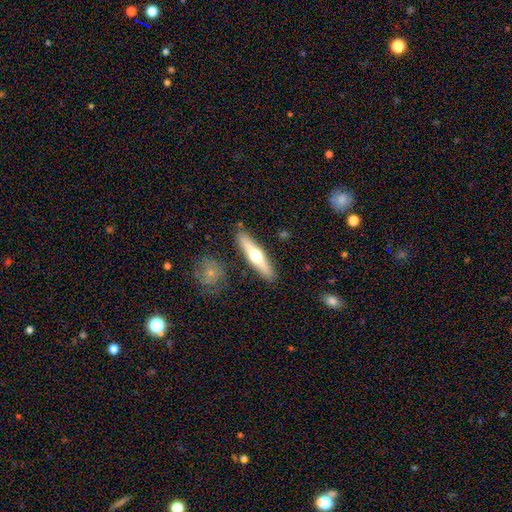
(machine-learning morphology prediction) Q: Smooth or featured?
A: featured or disk (53%); runner-up: smooth (42%)
Q: Edge-on disk?
A: yes (92%); runner-up: no (8%)
Q: Merging?
A: none (88%); runner-up: minor disturbance (8%)